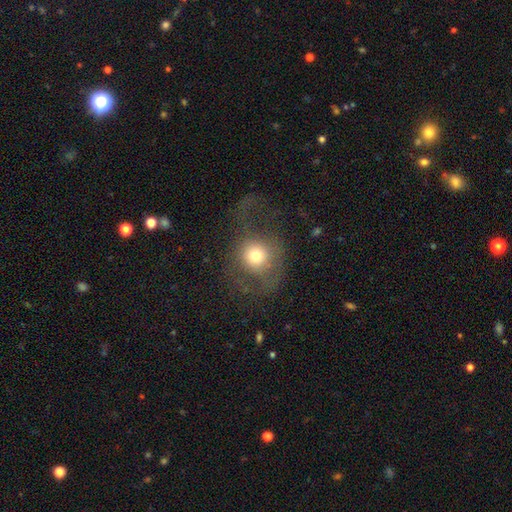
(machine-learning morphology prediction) A smooth galaxy with no disk features (66%) that is round (84%).

Vote fractions:
- Smooth or featured? smooth: 66% / featured or disk: 23% / star or artifact: 11%
- How rounded? round: 84% / in between: 15% / cigar-shaped: 1%
- Merging? major disturbance: 44% / none: 38% / minor disturbance: 16% / merger: 2%